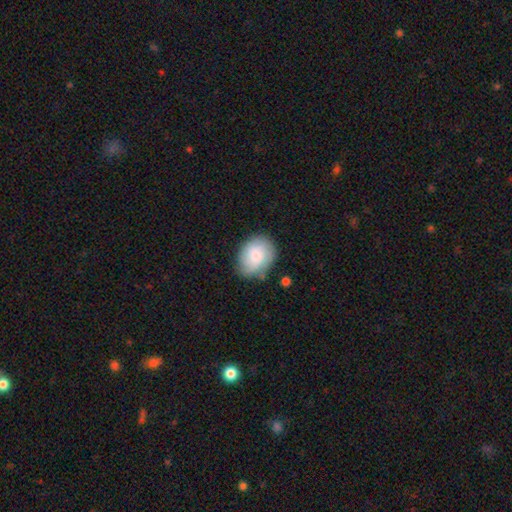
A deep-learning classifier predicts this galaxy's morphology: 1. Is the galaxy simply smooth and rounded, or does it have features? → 76% smooth, 18% featured or disk, 7% star or artifact.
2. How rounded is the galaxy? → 60% in between, 39% round, 1% cigar-shaped.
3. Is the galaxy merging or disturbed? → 67% none, 24% minor disturbance, 6% major disturbance, 3% merger.